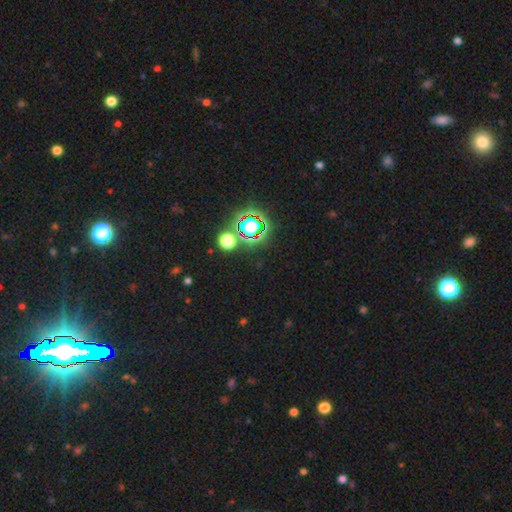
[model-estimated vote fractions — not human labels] Smooth or featured? star or artifact (80%)